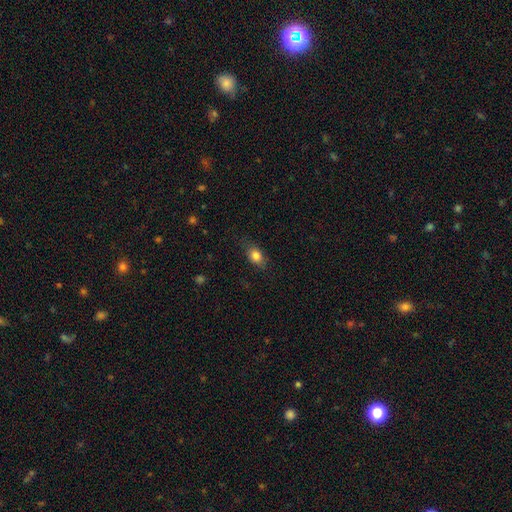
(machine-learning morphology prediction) Overall: smooth (82%). How rounded: in between (74%). Merging: none (78%).